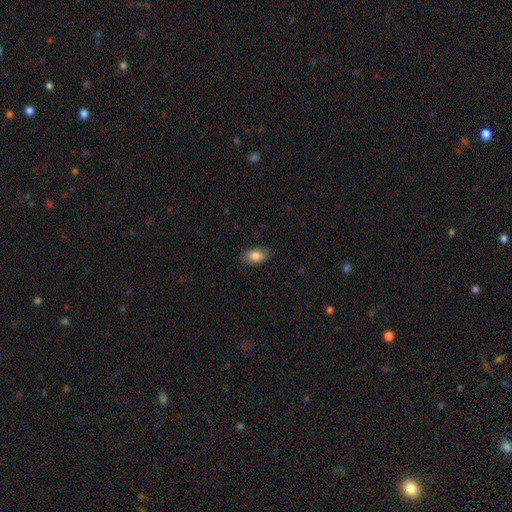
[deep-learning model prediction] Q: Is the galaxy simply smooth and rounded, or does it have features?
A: smooth — 82%.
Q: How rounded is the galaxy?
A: in between — 91%.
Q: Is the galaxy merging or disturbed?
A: none — 85%.